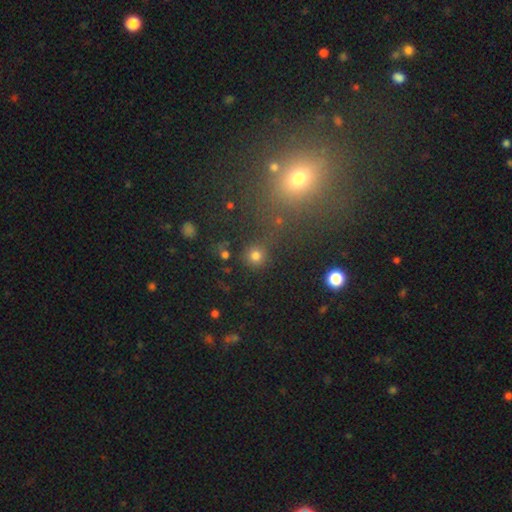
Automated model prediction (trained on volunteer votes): smooth-or-featured: smooth: 77% | star or artifact: 17% | featured or disk: 6%
  how-rounded: round: 93% | in between: 6% | cigar-shaped: 1%
  merging: none: 81% | minor disturbance: 8% | merger: 7% | major disturbance: 4%